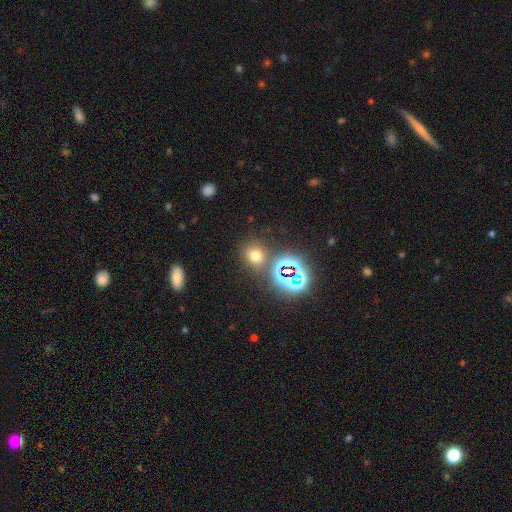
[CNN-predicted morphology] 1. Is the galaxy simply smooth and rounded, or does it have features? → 61% smooth, 31% star or artifact, 8% featured or disk.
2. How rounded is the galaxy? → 76% round, 23% in between, 1% cigar-shaped.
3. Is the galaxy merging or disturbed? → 76% none, 11% merger, 9% minor disturbance, 4% major disturbance.